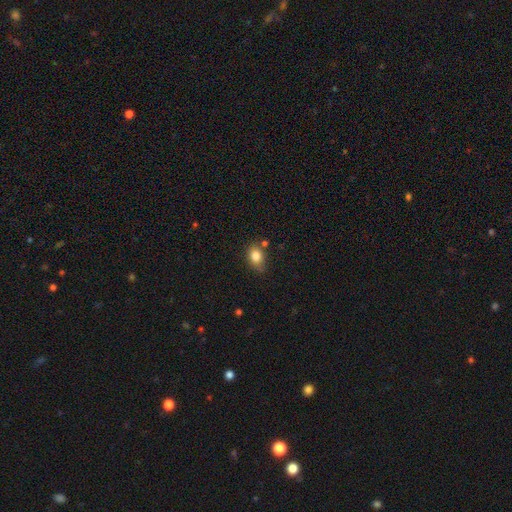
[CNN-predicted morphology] Smooth or featured? Predicted: smooth (p=0.81). How rounded? Predicted: in between (p=0.63). Merging? Predicted: none (p=0.63).